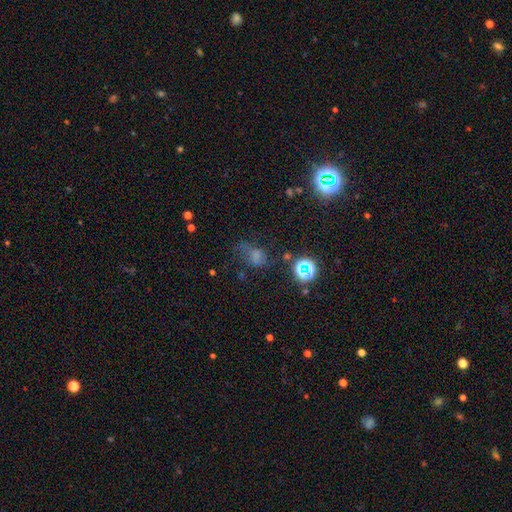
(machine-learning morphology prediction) Smooth or featured?
  - star or artifact: 41% *
  - smooth: 37%
  - featured or disk: 22%